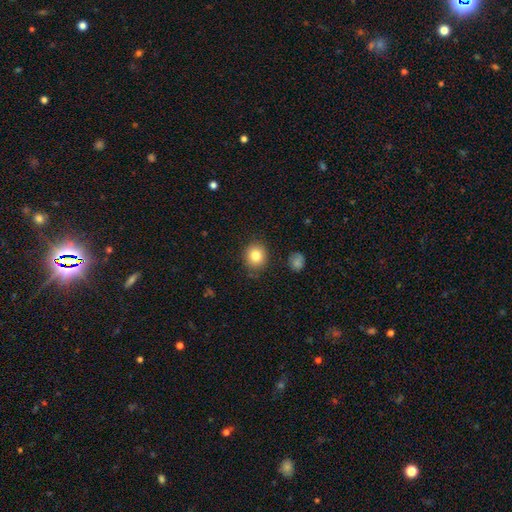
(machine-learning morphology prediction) smooth 83%, star or artifact 10%, featured or disk 7%. Down the decision tree: how rounded — round (78%); merging — none (86%).